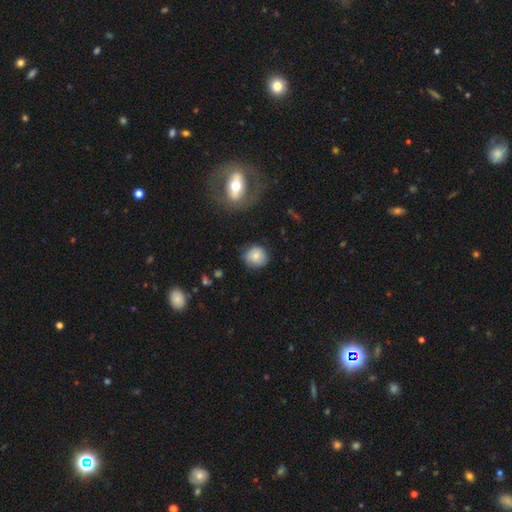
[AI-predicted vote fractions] Overall: smooth (79%). How rounded: round (81%). Merging: none (75%).